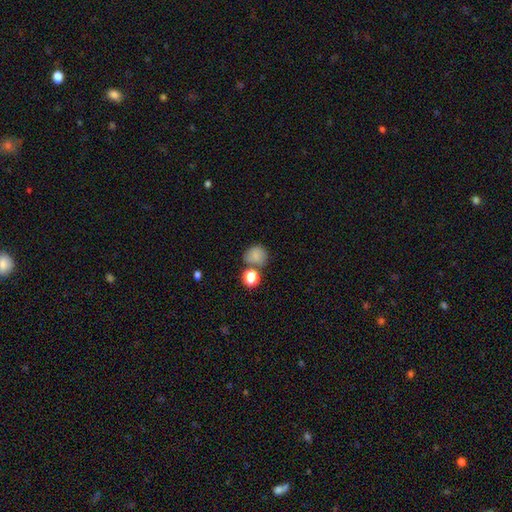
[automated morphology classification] The model was most divided on "merging": none: 57%, merger: 22%, minor disturbance: 15%, major disturbance: 6%. More confident: smooth or featured — smooth (78%); how rounded — round (76%).